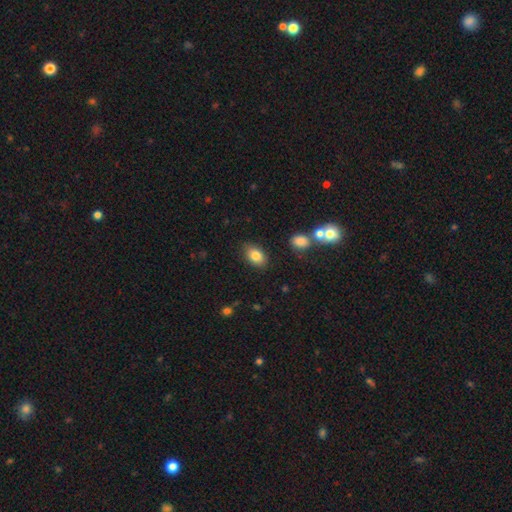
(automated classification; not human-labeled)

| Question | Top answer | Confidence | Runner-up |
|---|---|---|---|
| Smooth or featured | smooth | 82% | star or artifact (9%) |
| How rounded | in between | 83% | round (16%) |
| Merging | none | 84% | minor disturbance (11%) |